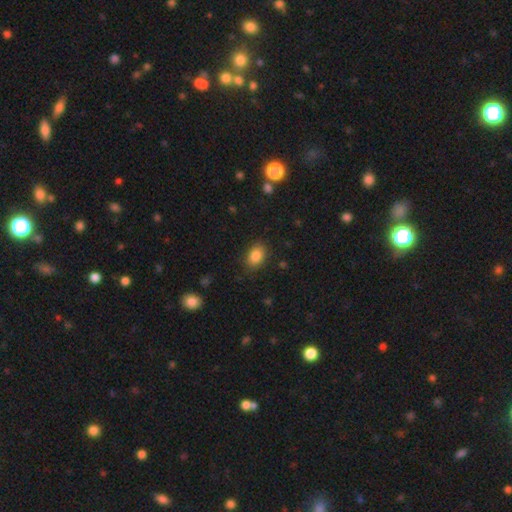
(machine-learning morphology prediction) This appears to be a smooth galaxy with no disk features (86%) that is in between round and cigar-shaped (78%). Merging: none (84%).